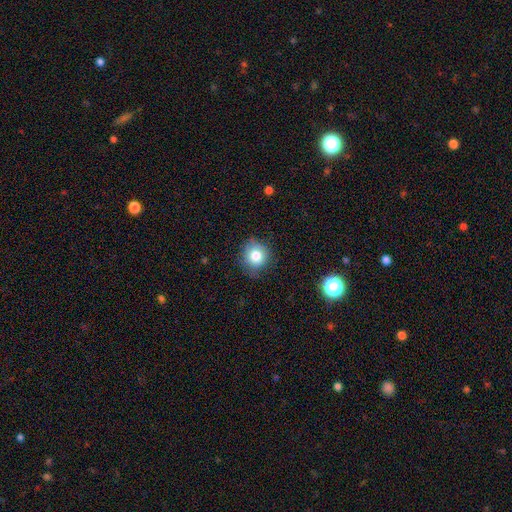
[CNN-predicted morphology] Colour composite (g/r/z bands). It shows a smooth galaxy with no disk features (80%) that is round (87%). Merging: none (78%).